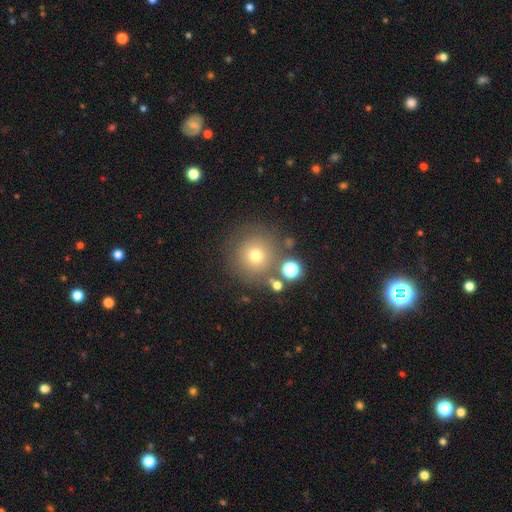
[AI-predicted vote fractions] smooth-or-featured: smooth: 69% | star or artifact: 16% | featured or disk: 14%
  how-rounded: round: 94% | in between: 5% | cigar-shaped: 1%
  merging: none: 79% | minor disturbance: 10% | merger: 7% | major disturbance: 5%